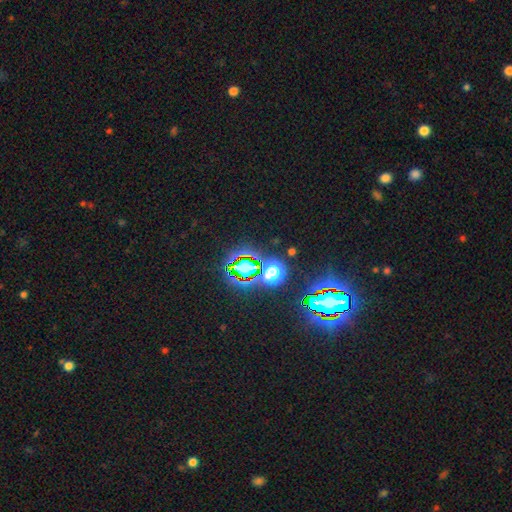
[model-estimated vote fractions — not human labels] Morphology: type=star or artifact (82%).